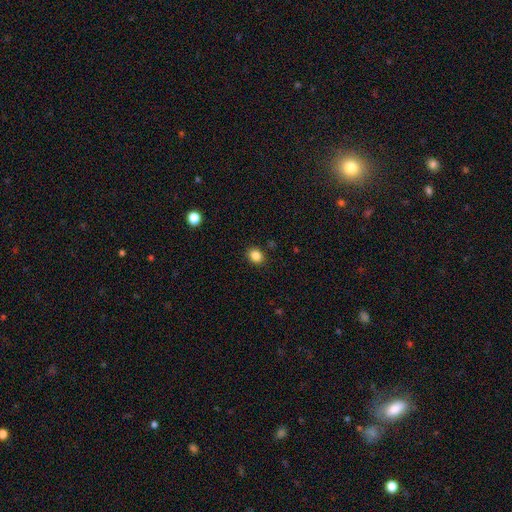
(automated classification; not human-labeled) The model was most divided on "how rounded": round: 59%, in between: 40%, cigar-shaped: 1%. More confident: merging — none (88%); smooth or featured — smooth (86%).